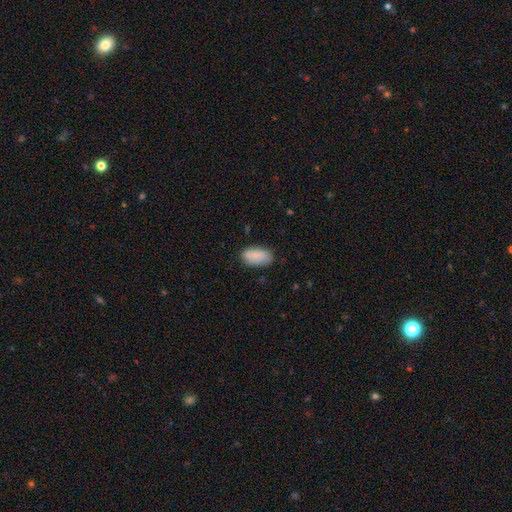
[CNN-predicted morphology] The model was most divided on "merging": none: 80%, minor disturbance: 15%, major disturbance: 3%, merger: 1%. More confident: how rounded — in between (94%); smooth or featured — smooth (83%).